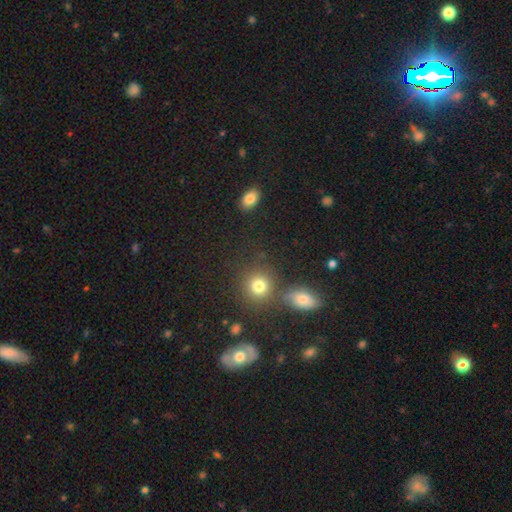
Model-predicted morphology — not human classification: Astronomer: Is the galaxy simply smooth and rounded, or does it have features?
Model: smooth — 57% (runner-up: star or artifact, 33%).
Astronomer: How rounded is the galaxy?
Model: round — 82%.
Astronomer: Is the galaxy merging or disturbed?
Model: none — 69%.